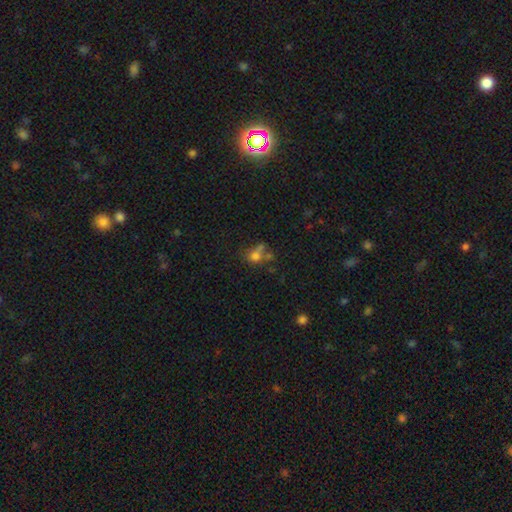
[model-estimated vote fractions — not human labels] Smooth or featured: smooth — 67% (featured or disk — 16%)
How rounded: round — 63% (in between — 35%)
Merging: merger — 37% (none — 36%)